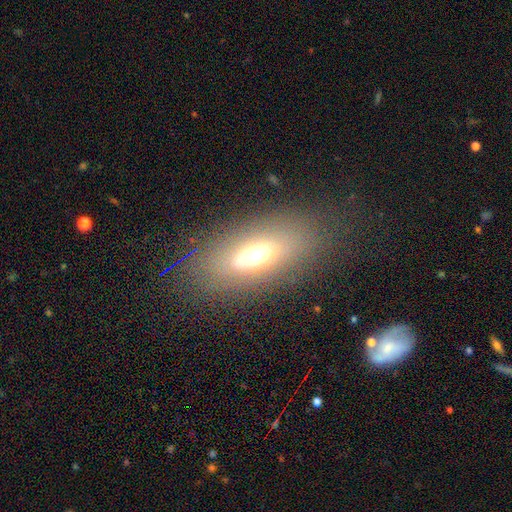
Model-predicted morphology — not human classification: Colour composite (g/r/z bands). It shows a smooth galaxy with no disk features (60%) that is in between round and cigar-shaped (78%). Merging: none (79%).